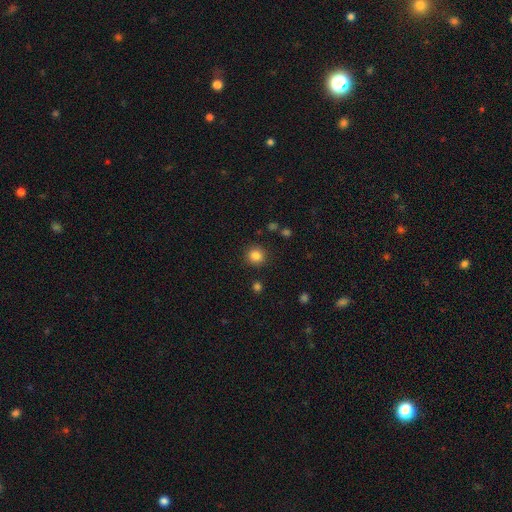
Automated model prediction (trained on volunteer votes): A smooth galaxy with no disk features (84%) that is round (92%).

Vote fractions:
- Smooth or featured? smooth: 84% / star or artifact: 11% / featured or disk: 4%
- How rounded? round: 92% / in between: 7% / cigar-shaped: 1%
- Merging? none: 89% / minor disturbance: 6% / major disturbance: 2% / merger: 2%